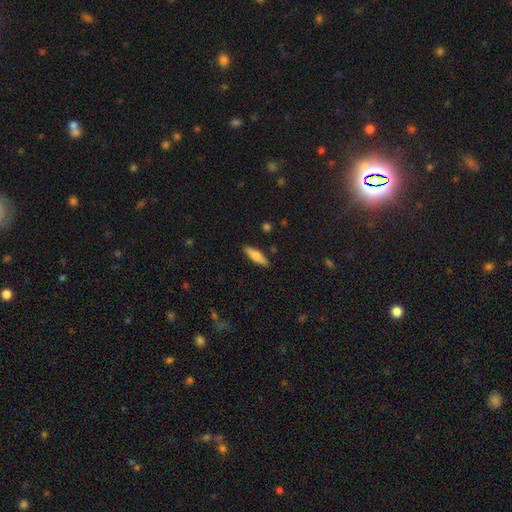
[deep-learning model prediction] smooth_or_featured: smooth (p=0.52) [alt: featured or disk p=0.41]
how_rounded: cigar-shaped (p=0.70) [alt: in between p=0.28]
merging: none (p=0.89) [alt: minor disturbance p=0.08]